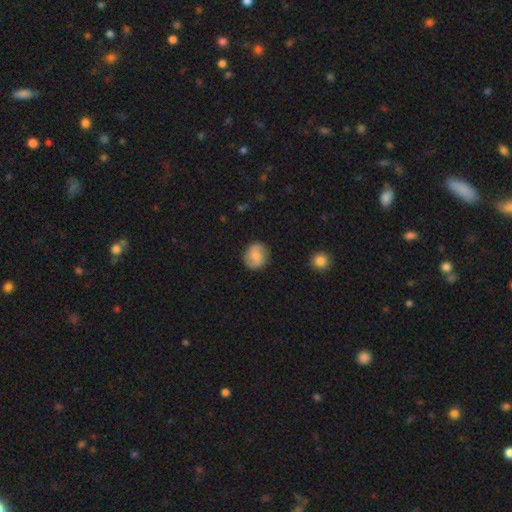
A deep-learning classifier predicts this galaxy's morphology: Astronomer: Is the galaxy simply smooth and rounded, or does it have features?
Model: smooth — 56% (runner-up: featured or disk, 37%).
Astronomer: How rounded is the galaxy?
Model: round — 83%.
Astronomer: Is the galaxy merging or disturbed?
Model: none — 86%.